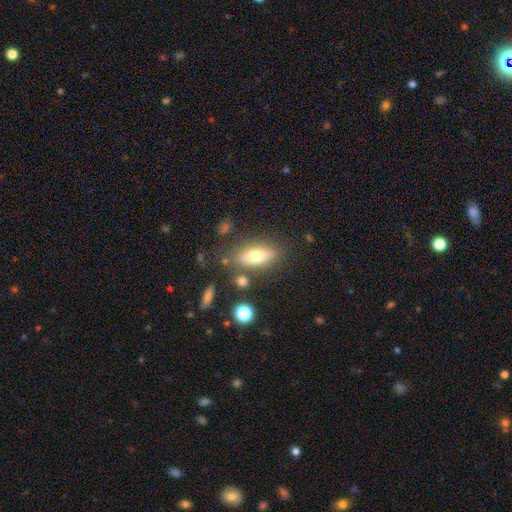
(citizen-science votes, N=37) smooth_or_featured: smooth (p=0.57) [alt: featured or disk p=0.38]
how_rounded: in between (p=0.67) [alt: cigar-shaped p=0.24]
merging: none (p=0.69) [alt: merger p=0.20]